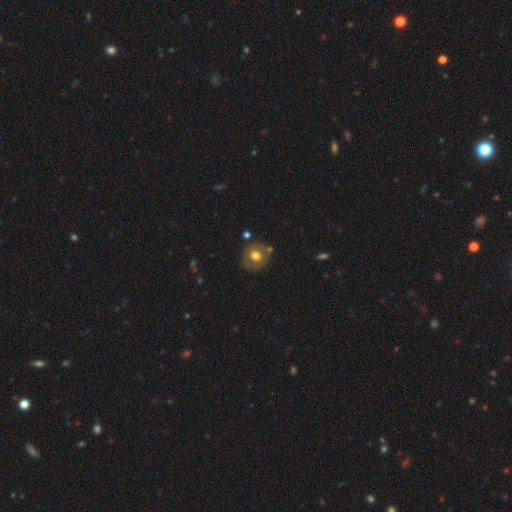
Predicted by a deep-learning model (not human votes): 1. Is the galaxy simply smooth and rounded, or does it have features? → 59% smooth, 33% featured or disk, 8% star or artifact.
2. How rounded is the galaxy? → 84% round, 15% in between, 1% cigar-shaped.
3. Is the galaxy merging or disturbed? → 79% none, 12% minor disturbance, 5% merger, 4% major disturbance.